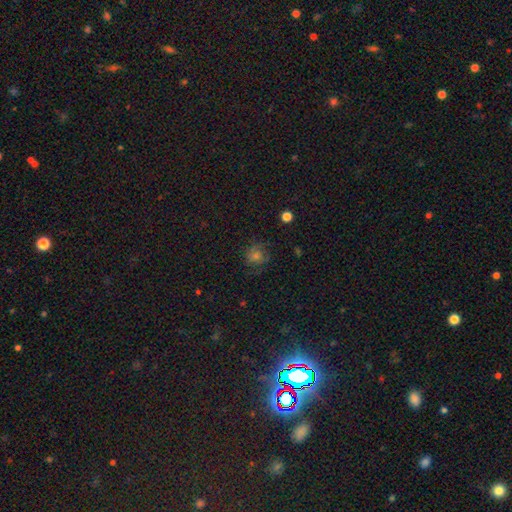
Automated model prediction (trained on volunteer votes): The model was most divided on "smooth or featured": smooth: 49%, star or artifact: 26%, featured or disk: 25%. More confident: merging — none (73%).